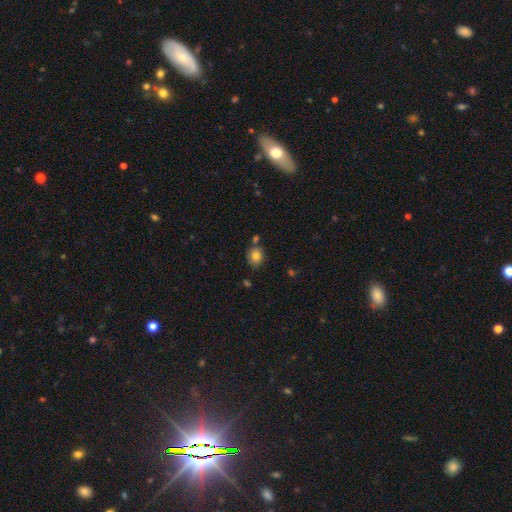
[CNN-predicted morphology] A smooth galaxy with no disk features (82%) that is round (55%). Merging: none (69%).